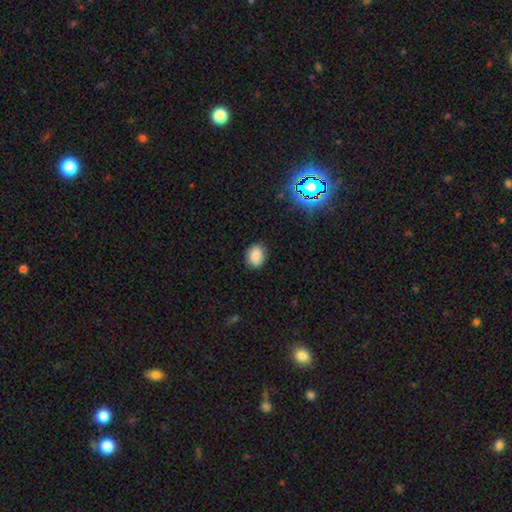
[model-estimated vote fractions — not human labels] Smooth or featured? smooth (84%)
How rounded? in between (51%)
Merging? none (86%)